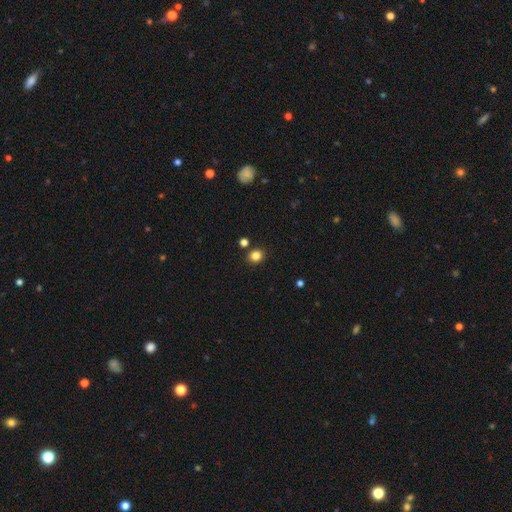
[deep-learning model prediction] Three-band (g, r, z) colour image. It shows a smooth galaxy with no disk features (83%) that is round (78%). Merging: none (86%).